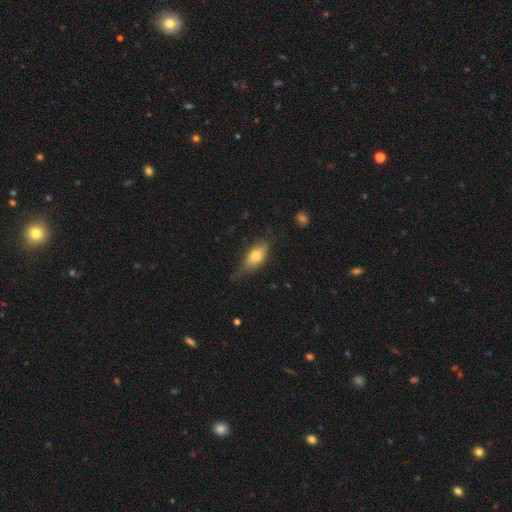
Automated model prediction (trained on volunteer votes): Smooth or featured? smooth (69%)
How rounded? in between (83%)
Merging? none (55%)